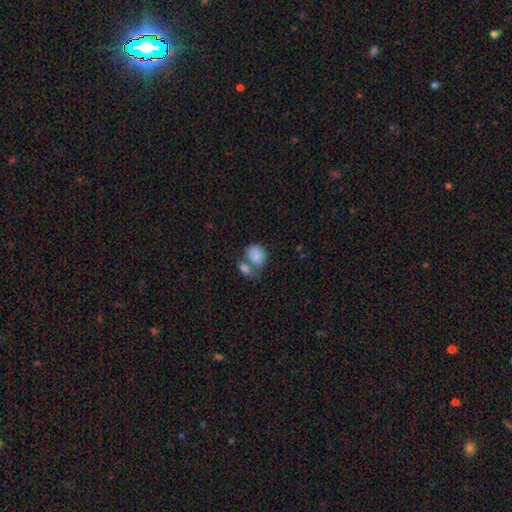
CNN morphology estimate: This is clearly a smooth galaxy (85%). How rounded: likely in between (68%). Merging: possibly merger (48%).